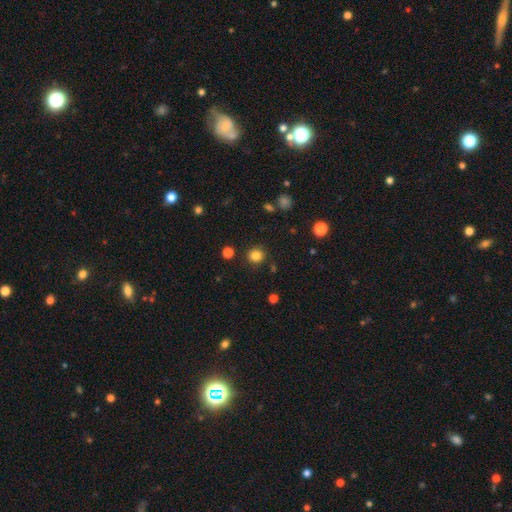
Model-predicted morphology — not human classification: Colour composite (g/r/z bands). It shows a smooth galaxy with no disk features (83%) that is round (91%). Merging: none (88%).